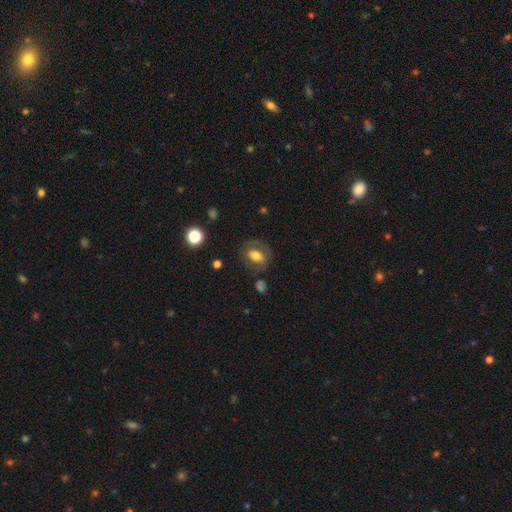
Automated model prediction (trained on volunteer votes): Smooth or featured?
  - smooth: 59% *
  - featured or disk: 33%
  - star or artifact: 9%
How rounded?
  - in between: 67% *
  - round: 31%
  - cigar-shaped: 2%
Merging?
  - none: 72% *
  - minor disturbance: 15%
  - major disturbance: 10%
  - merger: 2%